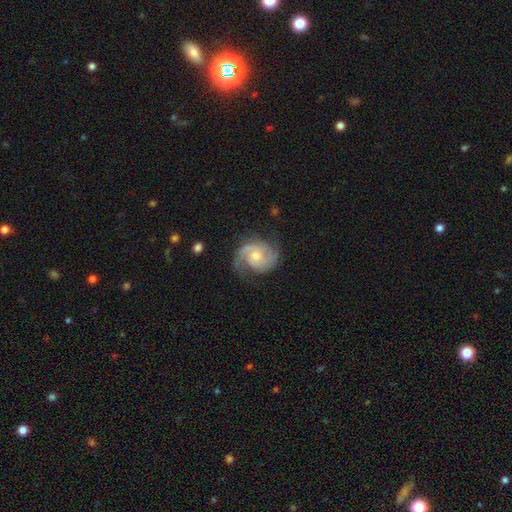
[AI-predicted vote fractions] Morphology: type=featured or disk (84%); edge-on=no (98%); bar=no (66%); spiral arms=yes (97%); winding=medium (48%); arm count=2 (76%); bulge=moderate (50%); merging=none (69%).